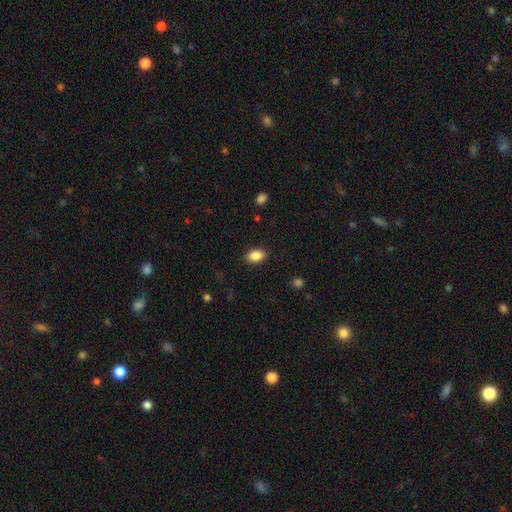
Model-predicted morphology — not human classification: type=smooth (87%); roundness=in between (86%); merging=none (88%).